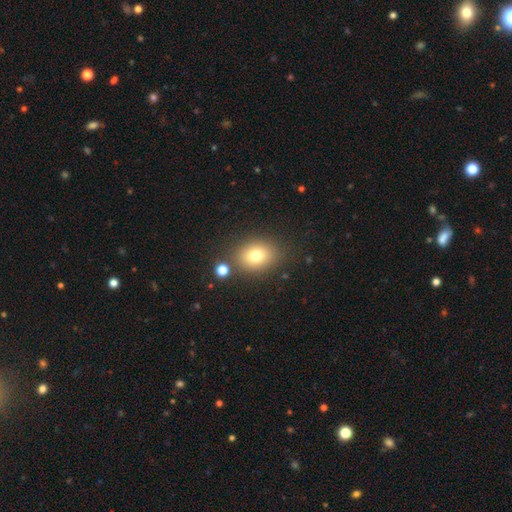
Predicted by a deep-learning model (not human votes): Smooth or featured?
  - smooth: 77% *
  - star or artifact: 13%
  - featured or disk: 11%
How rounded?
  - in between: 52% *
  - round: 47%
  - cigar-shaped: 1%
Merging?
  - none: 80% *
  - minor disturbance: 10%
  - merger: 6%
  - major disturbance: 4%